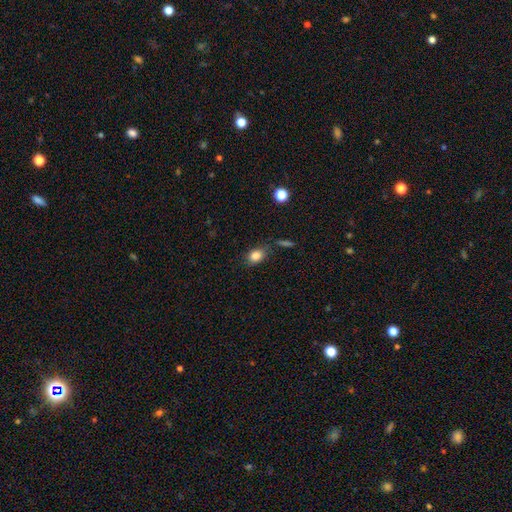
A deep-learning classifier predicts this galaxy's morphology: Smooth or featured: smooth — 84% (star or artifact — 10%)
How rounded: in between — 68% (round — 30%)
Merging: none — 71% (minor disturbance — 19%)